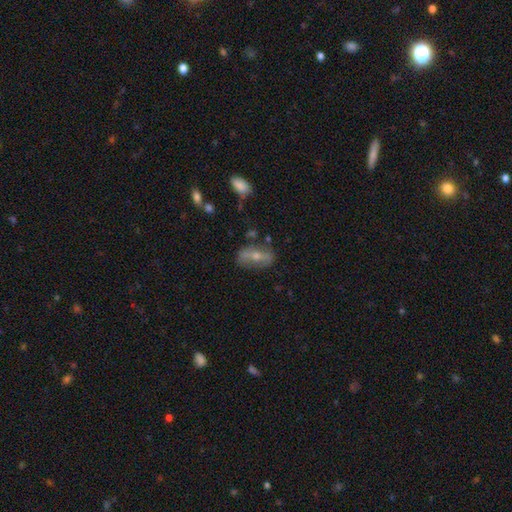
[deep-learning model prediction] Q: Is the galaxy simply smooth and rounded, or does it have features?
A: featured or disk — 50%.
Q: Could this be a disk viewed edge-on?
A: no — 76%.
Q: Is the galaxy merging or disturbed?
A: none — 70%.